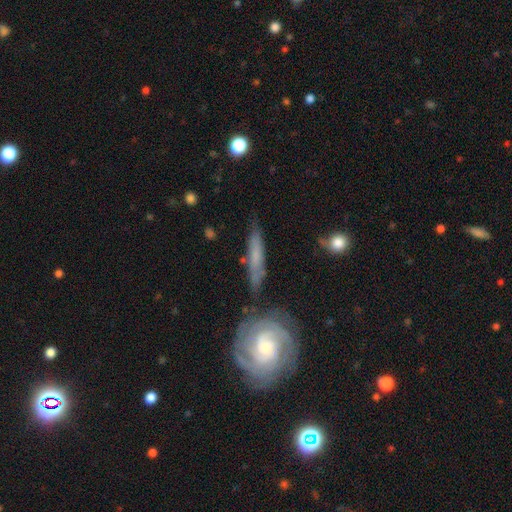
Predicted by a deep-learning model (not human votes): Smooth or featured: featured or disk — 53% (smooth — 39%)
Edge-on disk: no — 52% (yes — 48%)
Merging: none — 70% (minor disturbance — 18%)